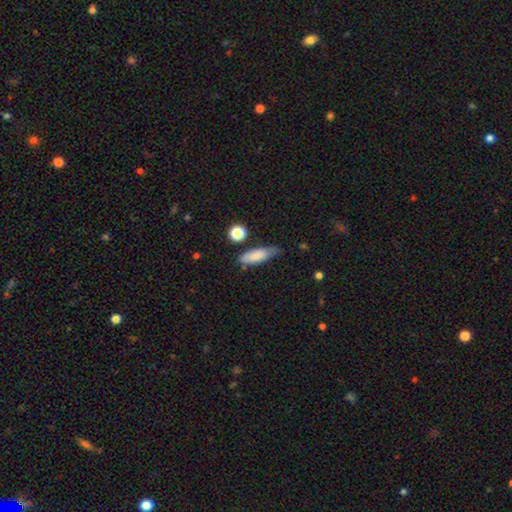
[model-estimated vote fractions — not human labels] Smooth or featured? Predicted: smooth (p=0.81). How rounded? Predicted: in between (p=0.54). Merging? Predicted: none (p=0.58).